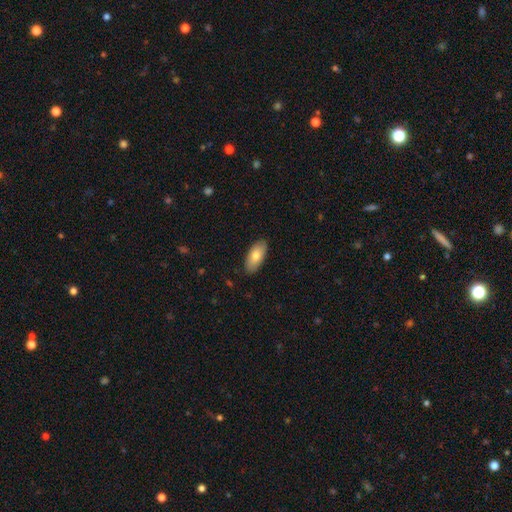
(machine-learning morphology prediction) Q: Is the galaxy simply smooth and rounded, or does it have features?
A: smooth — 77%.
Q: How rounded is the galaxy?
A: in between — 92%.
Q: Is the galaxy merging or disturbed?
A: none — 87%.